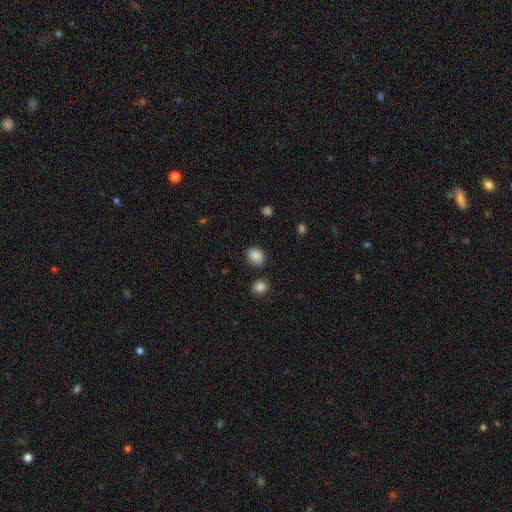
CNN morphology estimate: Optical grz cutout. It shows a smooth galaxy with no disk features (87%) that is in between round and cigar-shaped (56%). Merging: none (78%).